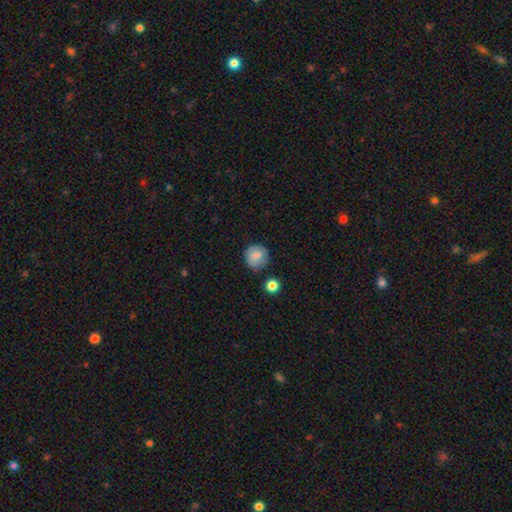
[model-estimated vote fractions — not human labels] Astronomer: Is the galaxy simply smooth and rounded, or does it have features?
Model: smooth — 81%.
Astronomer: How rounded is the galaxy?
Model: round — 91%.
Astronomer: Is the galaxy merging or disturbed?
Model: none — 78%.